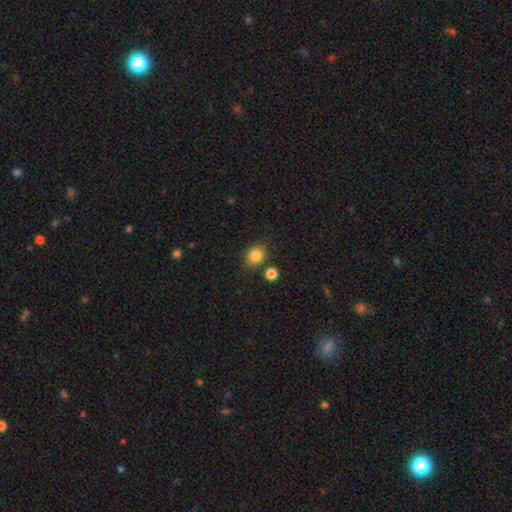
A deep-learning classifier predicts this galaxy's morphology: Smooth or featured: smooth — 84% (star or artifact — 11%)
How rounded: round — 60% (in between — 39%)
Merging: none — 81% (minor disturbance — 10%)